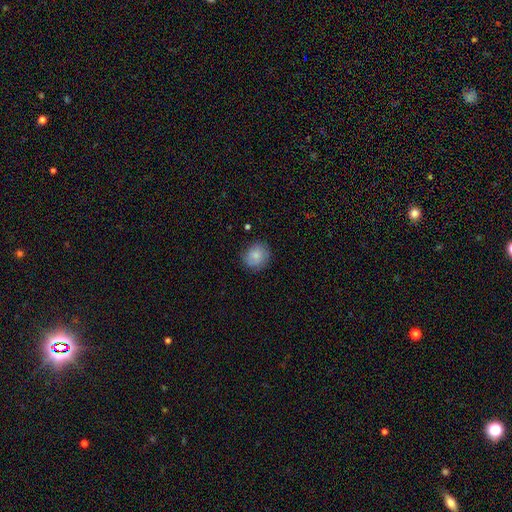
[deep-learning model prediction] smooth_or_featured: smooth (p=0.80) [alt: featured or disk p=0.12]
how_rounded: round (p=0.79) [alt: in between p=0.21]
merging: none (p=0.78) [alt: minor disturbance p=0.16]